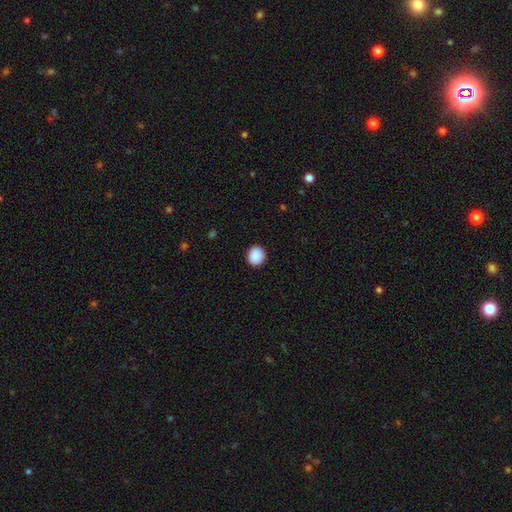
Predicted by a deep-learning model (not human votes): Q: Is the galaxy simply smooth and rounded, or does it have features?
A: smooth — 90%.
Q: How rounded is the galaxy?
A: round — 88%.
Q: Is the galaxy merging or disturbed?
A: none — 91%.